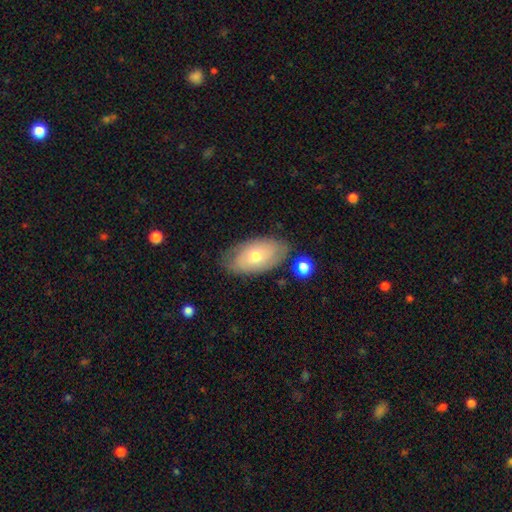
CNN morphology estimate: smooth_or_featured: smooth (p=0.57) [alt: featured or disk p=0.37]
how_rounded: in between (p=0.93) [alt: round p=0.05]
merging: none (p=0.75) [alt: minor disturbance p=0.18]